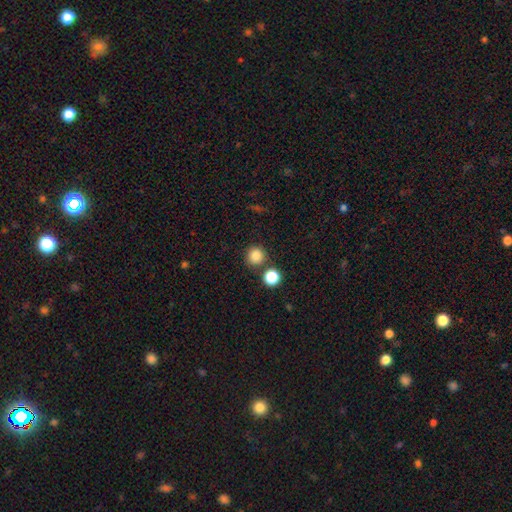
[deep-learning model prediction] Q: Smooth or featured?
A: smooth (84%); runner-up: star or artifact (12%)
Q: How rounded?
A: round (92%); runner-up: in between (7%)
Q: Merging?
A: none (81%); runner-up: merger (9%)